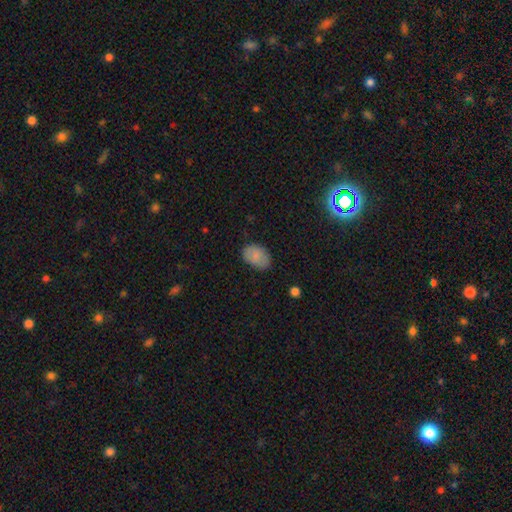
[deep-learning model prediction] smooth-or-featured: smooth: 84% | featured or disk: 8% | star or artifact: 8%
  how-rounded: in between: 85% | round: 14% | cigar-shaped: 1%
  merging: none: 78% | minor disturbance: 18% | major disturbance: 4% | merger: 1%